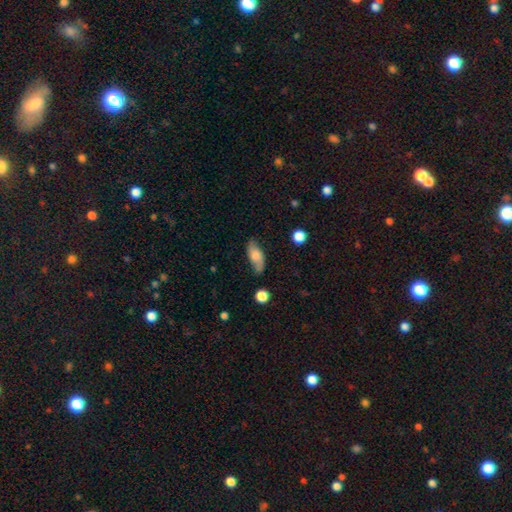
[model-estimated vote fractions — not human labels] Q: Smooth or featured?
A: smooth (55%); runner-up: featured or disk (38%)
Q: How rounded?
A: in between (82%); runner-up: cigar-shaped (14%)
Q: Merging?
A: none (69%); runner-up: minor disturbance (22%)